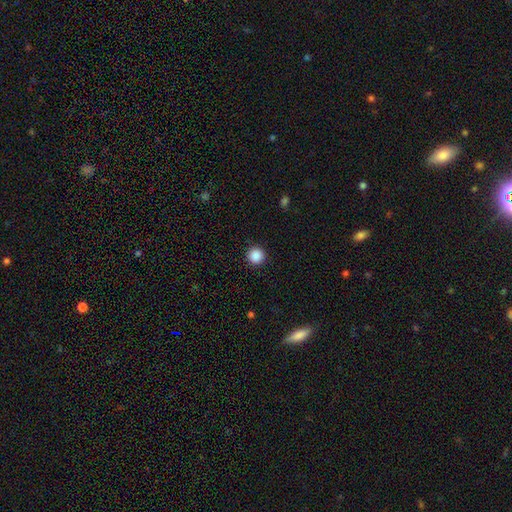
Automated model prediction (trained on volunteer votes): Morphology: type=smooth (88%); roundness=round (96%); merging=none (92%).